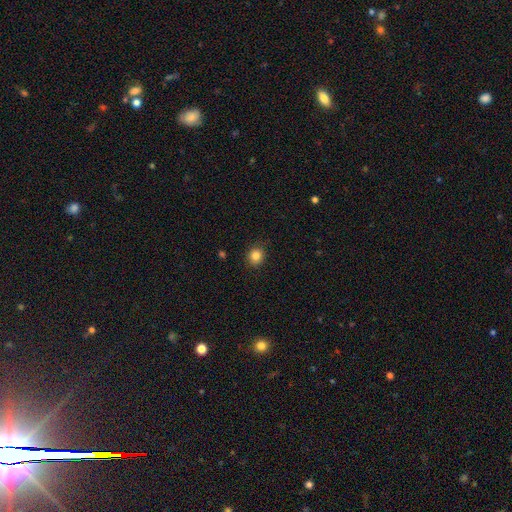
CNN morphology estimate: Smooth or featured? smooth (84%)
How rounded? round (84%)
Merging? none (87%)